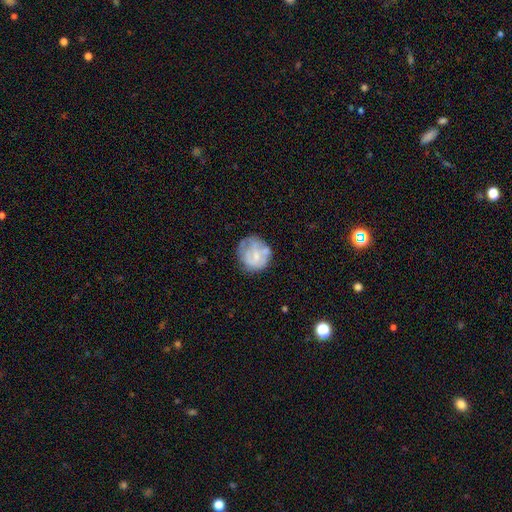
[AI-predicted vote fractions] Q: Smooth or featured?
A: featured or disk (49%); runner-up: smooth (43%)
Q: Merging?
A: none (51%); runner-up: minor disturbance (26%)